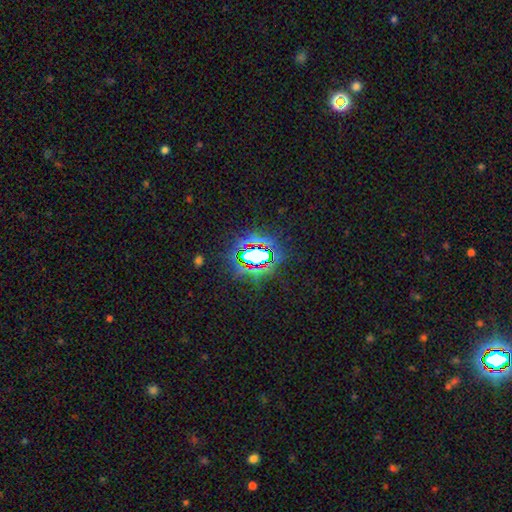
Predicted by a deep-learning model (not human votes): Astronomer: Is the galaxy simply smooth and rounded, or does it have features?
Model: star or artifact — 68%.